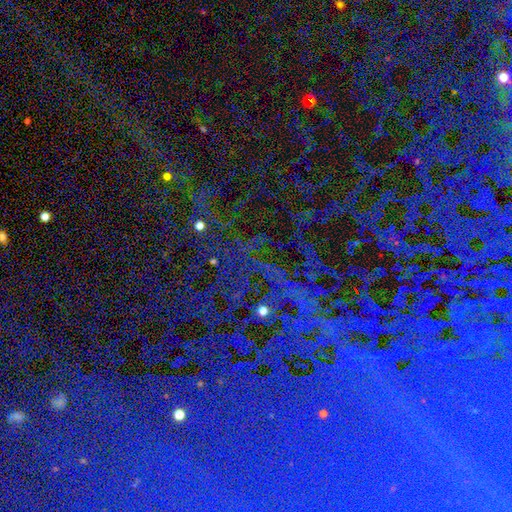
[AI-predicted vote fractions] Smooth or featured? Predicted: star or artifact (p=0.86).